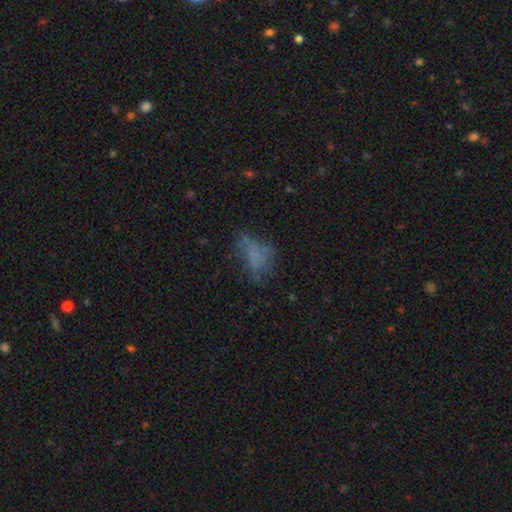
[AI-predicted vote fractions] Smooth or featured: smooth — 50% (featured or disk — 30%)
How rounded: in between — 83% (round — 12%)
Merging: none — 38% (major disturbance — 34%)